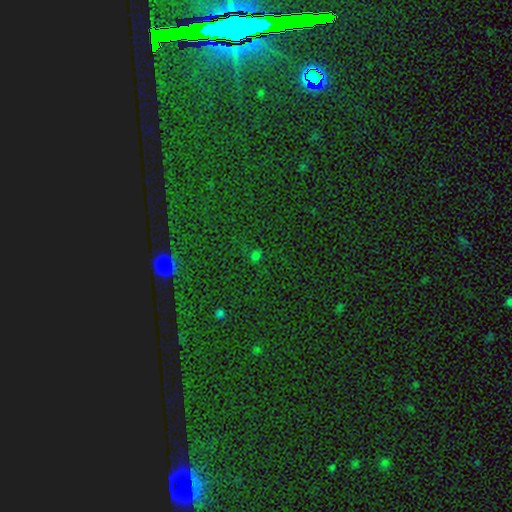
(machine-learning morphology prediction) The model was most divided on "smooth or featured": star or artifact: 54%, smooth: 38%, featured or disk: 8%.